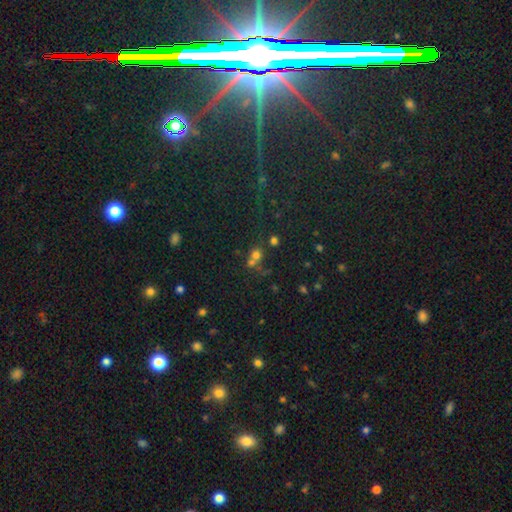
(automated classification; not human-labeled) A smooth galaxy with no disk features (55%) that is round (82%). Merging: none (47%).